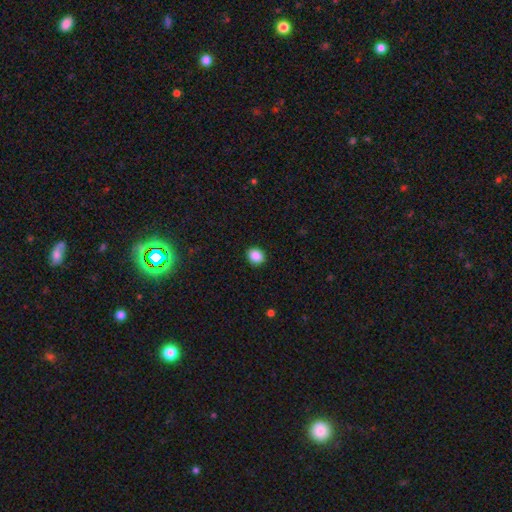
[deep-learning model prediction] Smooth or featured: smooth — 88% (star or artifact — 9%)
How rounded: round — 67% (in between — 32%)
Merging: none — 90% (minor disturbance — 7%)